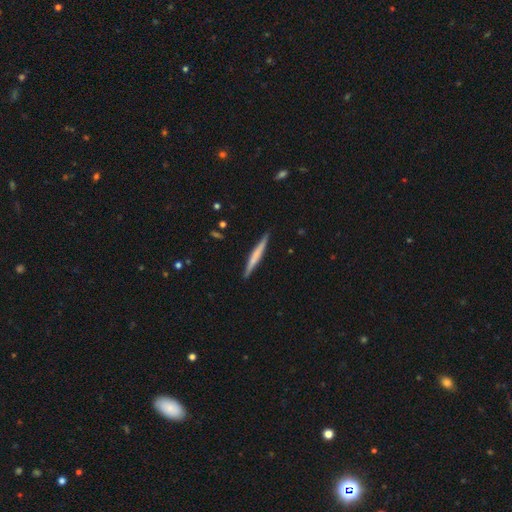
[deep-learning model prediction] smooth-or-featured: smooth: 50% | featured or disk: 45% | star or artifact: 5%
  merging: none: 90% | minor disturbance: 7% | major disturbance: 1% | merger: 1%